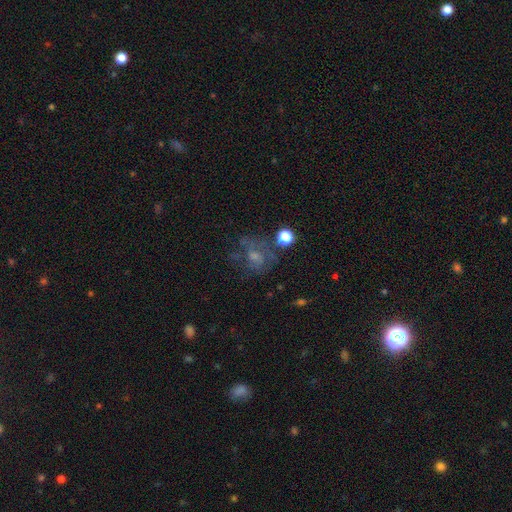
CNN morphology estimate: smooth-or-featured: featured or disk: 44% | smooth: 37% | star or artifact: 20%
  merging: none: 43% | major disturbance: 29% | minor disturbance: 20% | merger: 8%